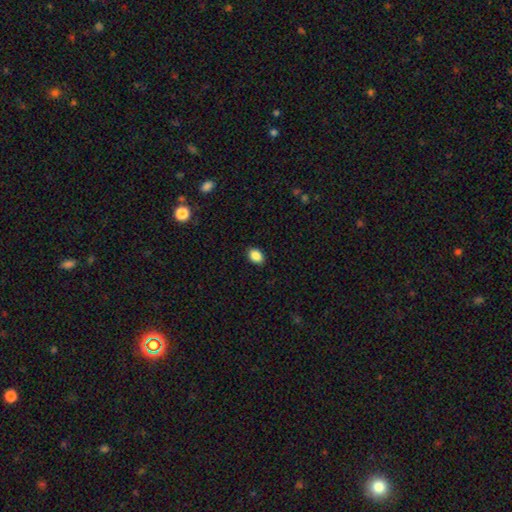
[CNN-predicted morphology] Q: Smooth or featured?
A: smooth (88%); runner-up: star or artifact (9%)
Q: How rounded?
A: in between (78%); runner-up: round (21%)
Q: Merging?
A: none (89%); runner-up: minor disturbance (8%)